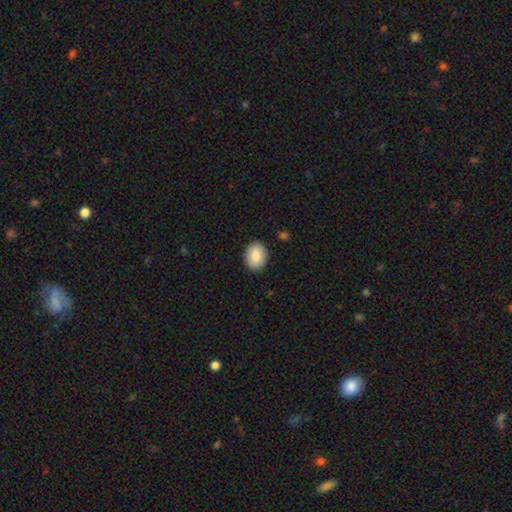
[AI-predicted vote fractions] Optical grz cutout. It shows a smooth galaxy with no disk features (87%) that is in between round and cigar-shaped (62%). Merging: none (88%).